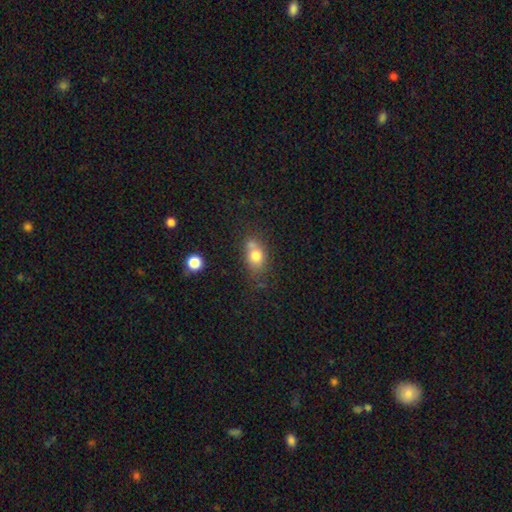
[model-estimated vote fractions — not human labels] Smooth or featured? Predicted: smooth (p=0.75). How rounded? Predicted: in between (p=0.61). Merging? Predicted: none (p=0.46).